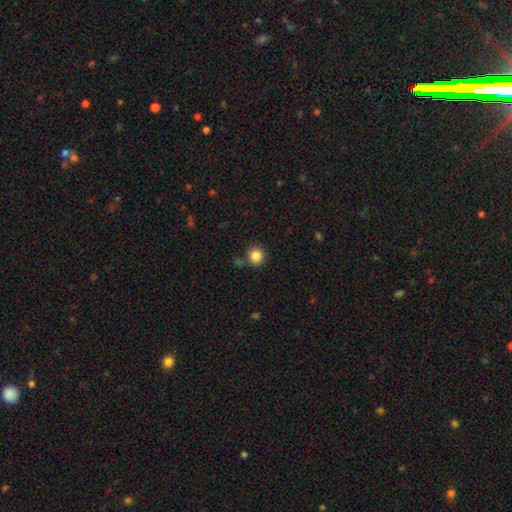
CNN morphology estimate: smooth-or-featured: smooth: 85% | star or artifact: 11% | featured or disk: 4%
  how-rounded: round: 92% | in between: 7% | cigar-shaped: 1%
  merging: none: 79% | minor disturbance: 11% | merger: 6% | major disturbance: 4%